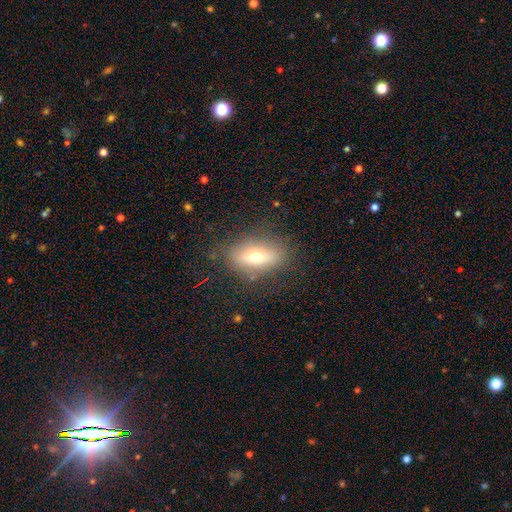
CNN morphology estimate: smooth-or-featured: smooth: 60% | featured or disk: 30% | star or artifact: 10%
  how-rounded: in between: 78% | cigar-shaped: 14% | round: 7%
  merging: none: 78% | minor disturbance: 15% | major disturbance: 5% | merger: 2%